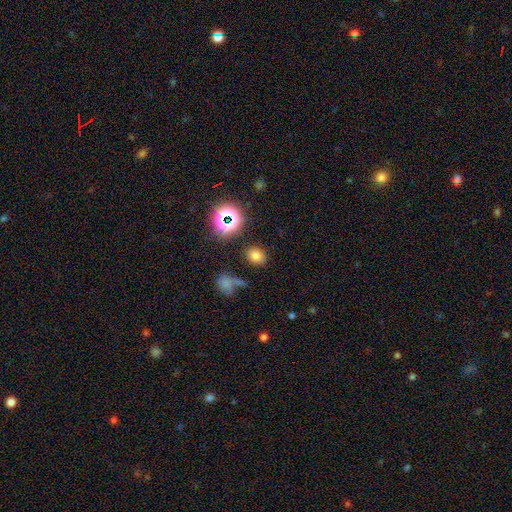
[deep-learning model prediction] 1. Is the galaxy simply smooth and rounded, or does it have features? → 72% smooth, 21% star or artifact, 7% featured or disk.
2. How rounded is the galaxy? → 54% in between, 45% round, 1% cigar-shaped.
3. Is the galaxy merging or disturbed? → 82% none, 9% minor disturbance, 4% merger, 4% major disturbance.